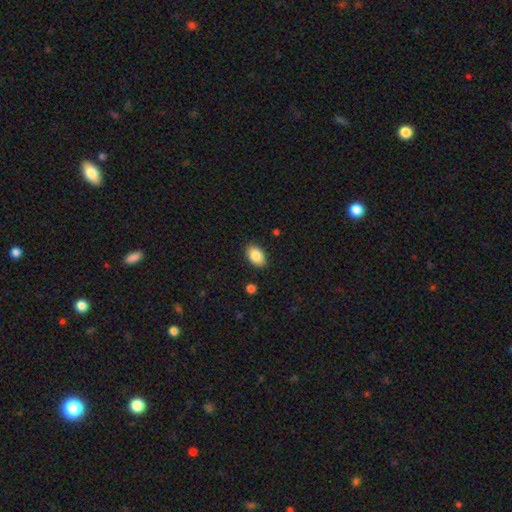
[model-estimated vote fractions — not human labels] Smooth or featured: smooth — 87% (star or artifact — 7%)
How rounded: in between — 89% (round — 10%)
Merging: none — 88% (minor disturbance — 9%)